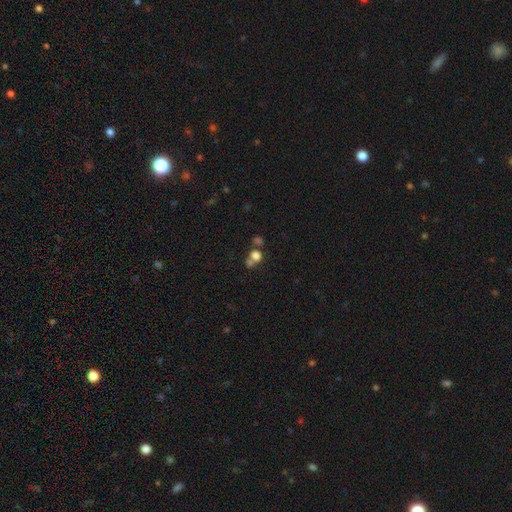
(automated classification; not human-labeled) smooth-or-featured: smooth: 71% | star or artifact: 17% | featured or disk: 12%
  how-rounded: round: 75% | in between: 24% | cigar-shaped: 1%
  merging: none: 44% | merger: 42% | minor disturbance: 9% | major disturbance: 6%